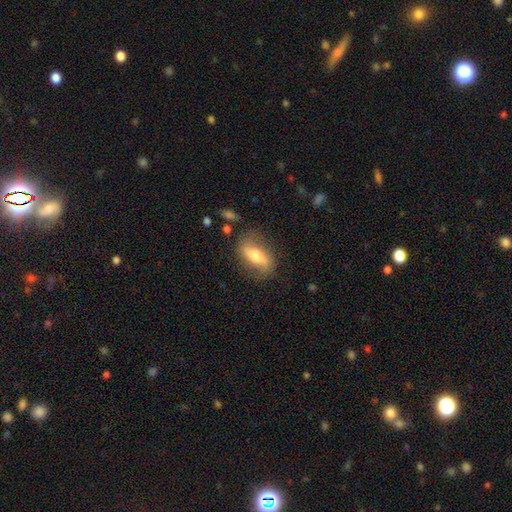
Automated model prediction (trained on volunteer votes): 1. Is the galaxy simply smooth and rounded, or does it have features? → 49% smooth, 44% featured or disk, 7% star or artifact.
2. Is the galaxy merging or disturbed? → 75% none, 17% minor disturbance, 6% major disturbance, 2% merger.